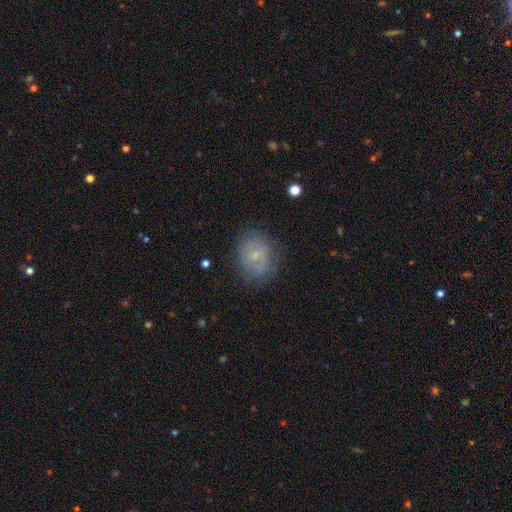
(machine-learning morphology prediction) Smooth or featured?
  - featured or disk: 47% *
  - smooth: 43%
  - star or artifact: 10%
Merging?
  - none: 69% *
  - minor disturbance: 20%
  - major disturbance: 9%
  - merger: 2%